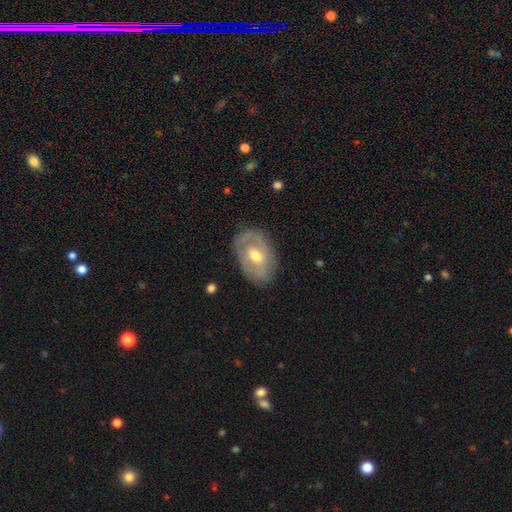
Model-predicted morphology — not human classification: This is likely a featured or disk galaxy (65%). It is clearly not viewed edge-on (94%). Bar: possibly weak (46%). Spiral arm pattern: possibly yes (58%). Central bulge: likely moderate (69%). Merging: likely none (76%).